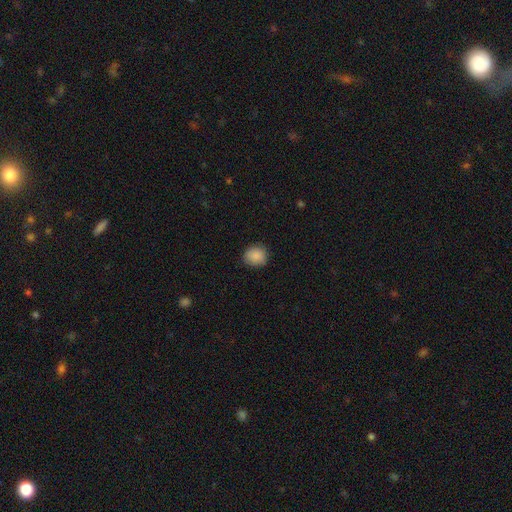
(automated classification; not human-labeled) smooth_or_featured: smooth (p=0.89) [alt: star or artifact p=0.08]
how_rounded: round (p=0.77) [alt: in between p=0.22]
merging: none (p=0.85) [alt: minor disturbance p=0.12]